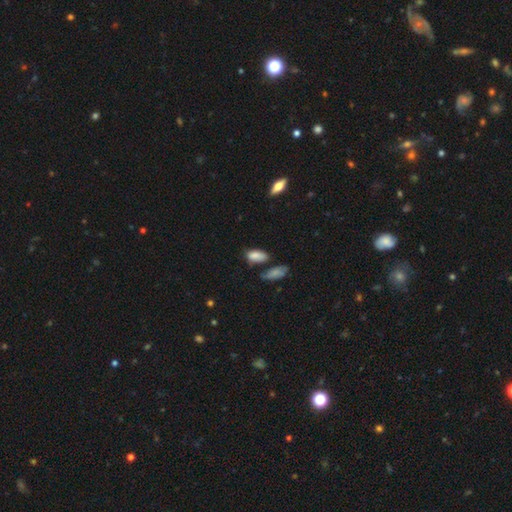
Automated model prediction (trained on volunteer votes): The model was most divided on "merging": none: 50%, minor disturbance: 26%, merger: 15%, major disturbance: 9%. More confident: how rounded — in between (90%); smooth or featured — smooth (80%).